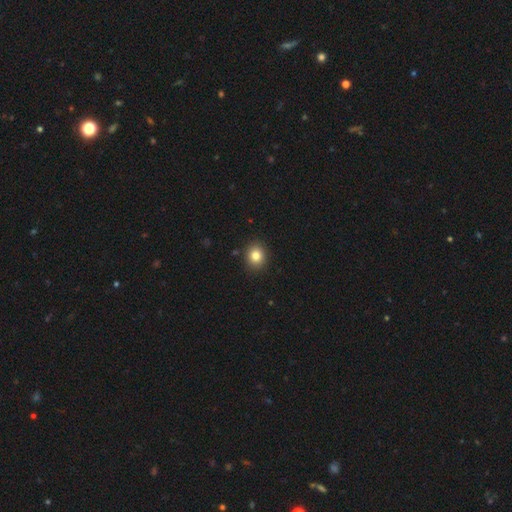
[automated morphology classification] smooth_or_featured: smooth (p=0.83) [alt: star or artifact p=0.11]
how_rounded: round (p=0.70) [alt: in between p=0.29]
merging: none (p=0.90) [alt: minor disturbance p=0.07]